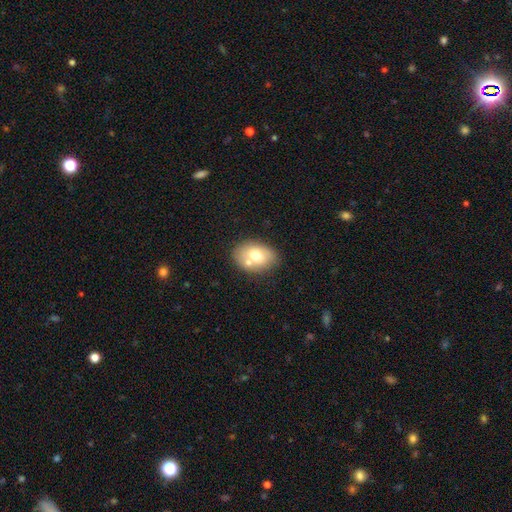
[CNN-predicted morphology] A smooth galaxy with no disk features (67%) that is in between round and cigar-shaped (78%). Merging: none (61%).